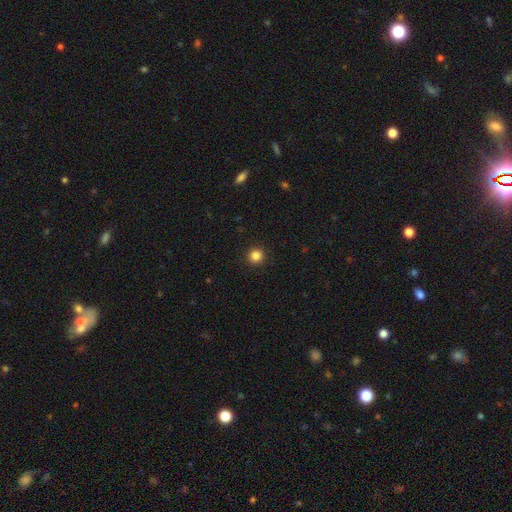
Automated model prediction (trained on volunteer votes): Q: Smooth or featured?
A: smooth (85%); runner-up: star or artifact (12%)
Q: How rounded?
A: round (95%); runner-up: in between (4%)
Q: Merging?
A: none (93%); runner-up: minor disturbance (4%)